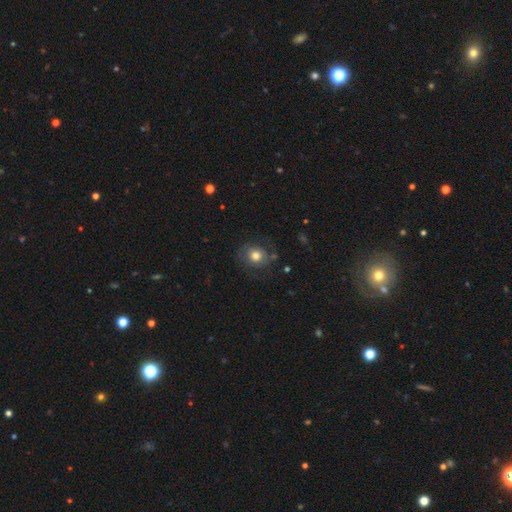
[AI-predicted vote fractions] smooth_or_featured: smooth (p=0.65) [alt: featured or disk p=0.25]
how_rounded: round (p=0.76) [alt: in between p=0.23]
merging: none (p=0.71) [alt: minor disturbance p=0.17]